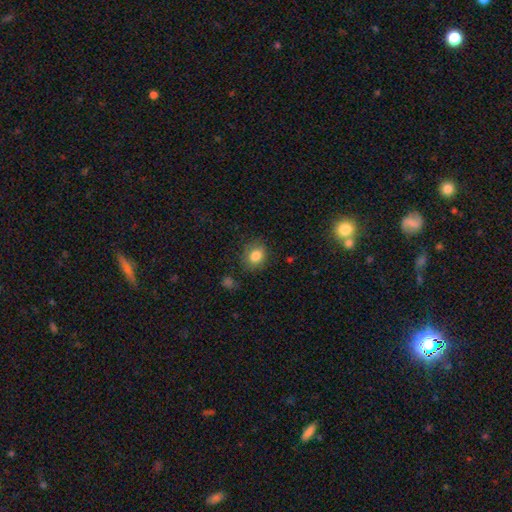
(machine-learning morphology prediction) A smooth galaxy with no disk features (84%) that is round (60%).

Vote fractions:
- Smooth or featured? smooth: 84% / star or artifact: 9% / featured or disk: 7%
- How rounded? round: 60% / in between: 39% / cigar-shaped: 1%
- Merging? none: 77% / minor disturbance: 16% / major disturbance: 5% / merger: 2%